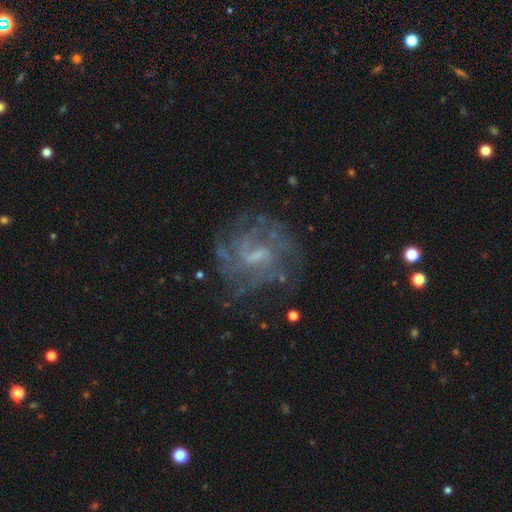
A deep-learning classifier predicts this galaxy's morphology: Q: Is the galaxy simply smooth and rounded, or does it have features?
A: featured or disk — 75%.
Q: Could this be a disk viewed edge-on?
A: no — 97%.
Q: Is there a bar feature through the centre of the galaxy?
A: weak — 57%.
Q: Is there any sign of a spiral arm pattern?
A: yes — 77%.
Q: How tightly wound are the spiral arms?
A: medium — 40%.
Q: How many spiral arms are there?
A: can't tell — 49%.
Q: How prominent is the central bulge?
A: small — 40%.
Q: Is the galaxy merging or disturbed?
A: none — 63%.